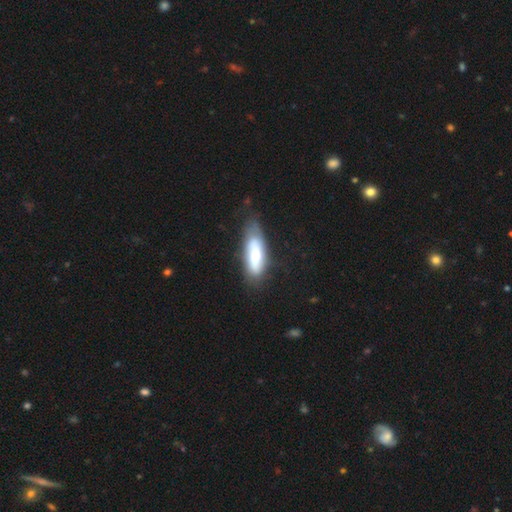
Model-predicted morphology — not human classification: The model was most divided on "smooth or featured": smooth: 57%, featured or disk: 37%, star or artifact: 6%. More confident: how rounded — in between (69%); merging — none (58%).